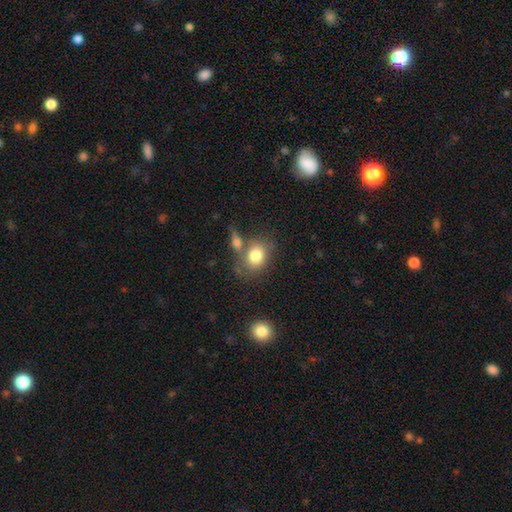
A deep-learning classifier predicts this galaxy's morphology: smooth 79%, featured or disk 12%, star or artifact 8%. Down the decision tree: how rounded — in between (51%); merging — none (53%).